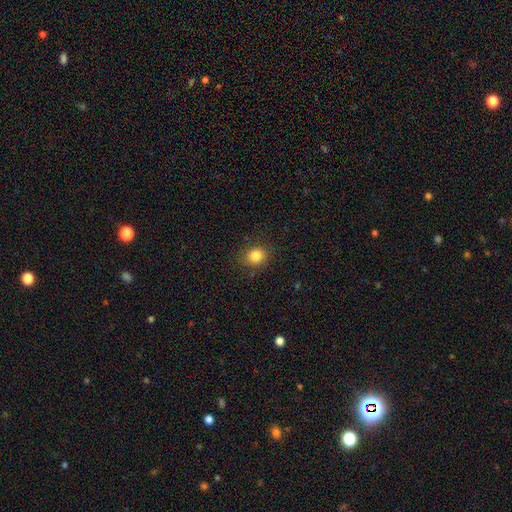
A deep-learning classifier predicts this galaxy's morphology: Smooth or featured? smooth (84%)
How rounded? round (75%)
Merging? none (86%)